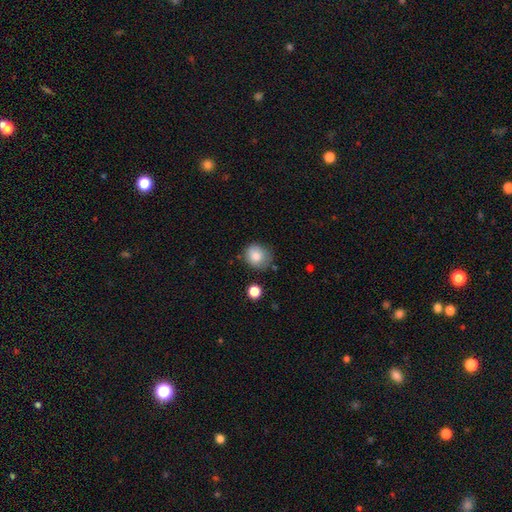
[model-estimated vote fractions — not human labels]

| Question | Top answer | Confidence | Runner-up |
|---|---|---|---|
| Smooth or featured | smooth | 82% | featured or disk (9%) |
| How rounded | round | 74% | in between (25%) |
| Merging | none | 69% | minor disturbance (22%) |